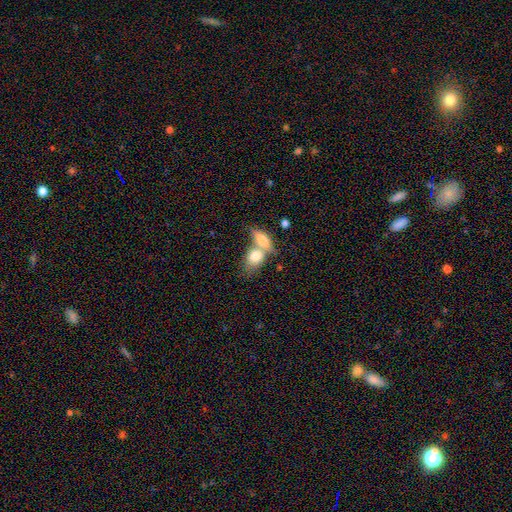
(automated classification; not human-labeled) smooth_or_featured: smooth (p=0.76) [alt: featured or disk p=0.18]
how_rounded: in between (p=0.77) [alt: round p=0.17]
merging: merger (p=0.66) [alt: none p=0.22]